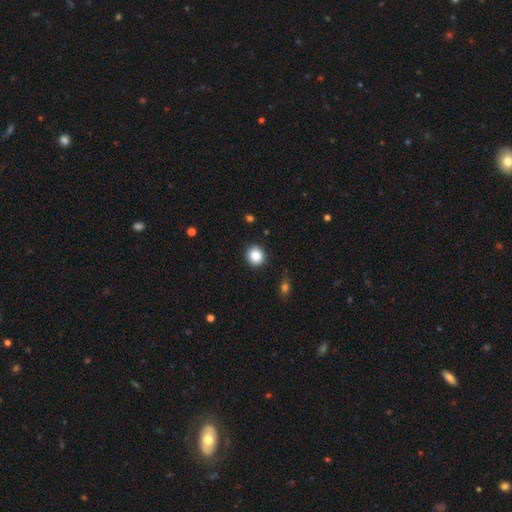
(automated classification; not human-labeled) This is clearly a smooth galaxy (85%). How rounded: clearly round (85%). Merging: clearly none (89%).